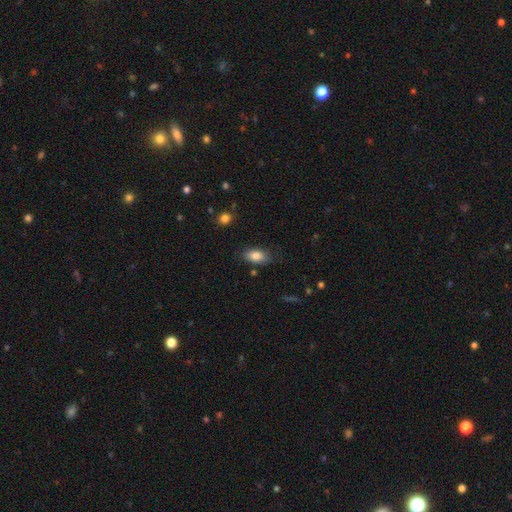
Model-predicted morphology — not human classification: A smooth galaxy with no disk features (85%) that is in between round and cigar-shaped (91%). Merging: none (78%).